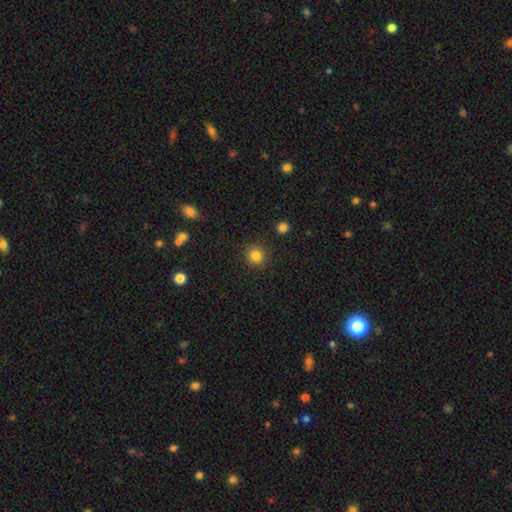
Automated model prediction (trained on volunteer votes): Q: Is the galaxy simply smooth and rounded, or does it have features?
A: smooth — 84%.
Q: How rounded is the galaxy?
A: round — 93%.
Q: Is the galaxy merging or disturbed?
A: none — 90%.